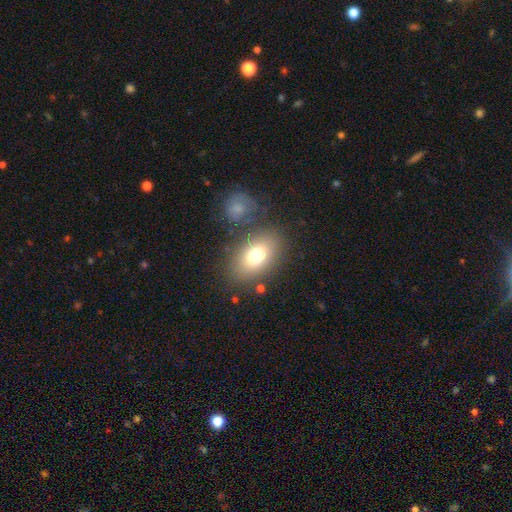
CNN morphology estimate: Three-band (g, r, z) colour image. It shows a smooth galaxy with no disk features (75%) that is in between round and cigar-shaped (83%). Merging: none (76%).